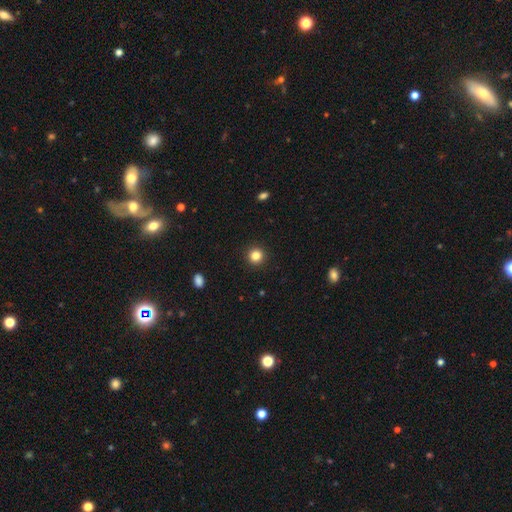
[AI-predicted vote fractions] Smooth or featured? Predicted: smooth (p=0.84). How rounded? Predicted: round (p=0.94). Merging? Predicted: none (p=0.93).